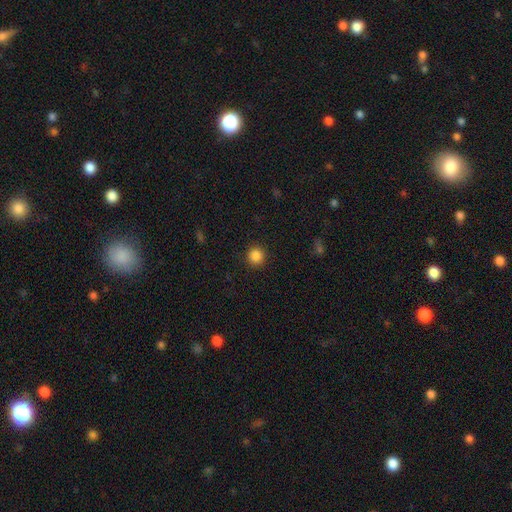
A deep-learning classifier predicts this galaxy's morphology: smooth-or-featured: smooth: 86% | star or artifact: 11% | featured or disk: 3%
  how-rounded: round: 93% | in between: 6% | cigar-shaped: 1%
  merging: none: 91% | minor disturbance: 6% | major disturbance: 2% | merger: 1%